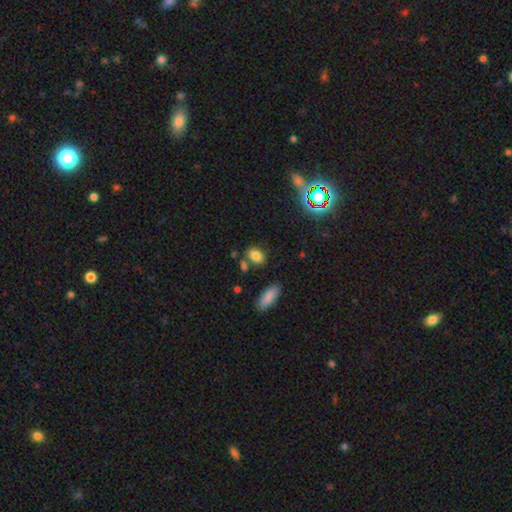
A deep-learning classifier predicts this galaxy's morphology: The model was most divided on "merging": none: 72%, minor disturbance: 13%, merger: 11%, major disturbance: 4%. More confident: how rounded — in between (82%); smooth or featured — smooth (80%).